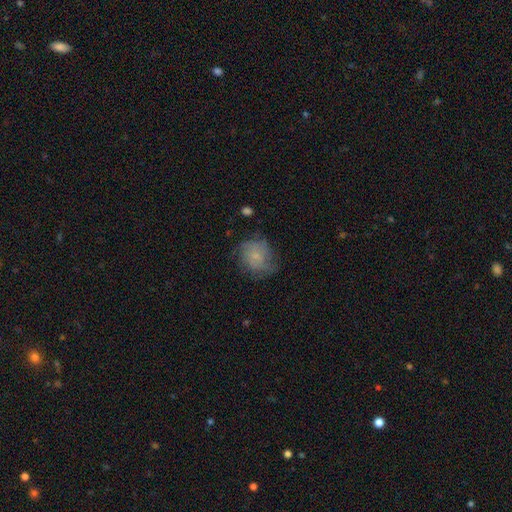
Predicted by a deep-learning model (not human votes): Q: Smooth or featured?
A: smooth (54%); runner-up: featured or disk (36%)
Q: How rounded?
A: round (76%); runner-up: in between (23%)
Q: Merging?
A: none (56%); runner-up: minor disturbance (27%)